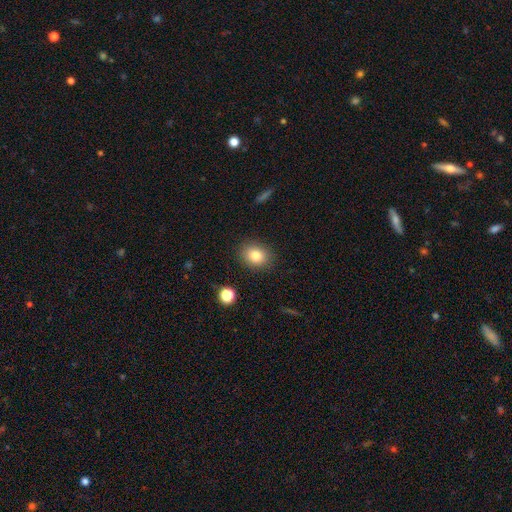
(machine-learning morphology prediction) A smooth galaxy with no disk features (82%) that is in between round and cigar-shaped (50%). Merging: none (87%).